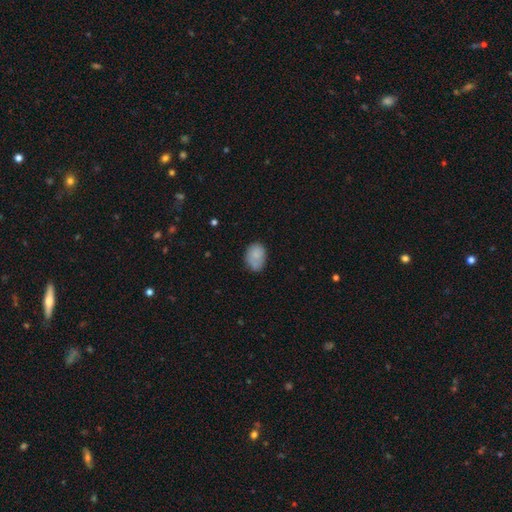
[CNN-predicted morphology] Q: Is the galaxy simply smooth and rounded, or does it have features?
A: smooth — 80%.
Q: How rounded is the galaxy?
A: in between — 77%.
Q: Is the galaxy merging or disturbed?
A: none — 60%.